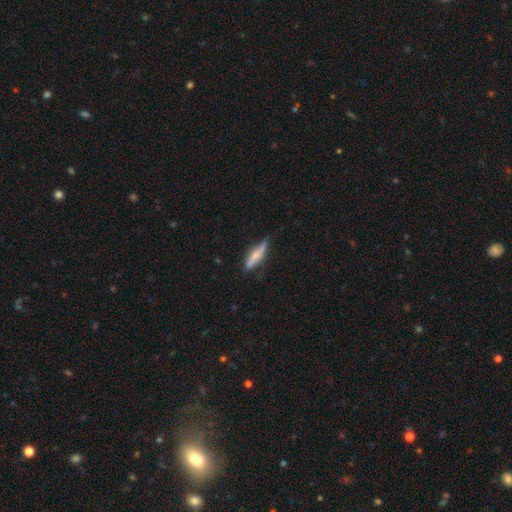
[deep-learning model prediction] Smooth or featured: smooth — 57% (featured or disk — 36%)
How rounded: cigar-shaped — 74% (in between — 24%)
Merging: none — 64% (minor disturbance — 28%)